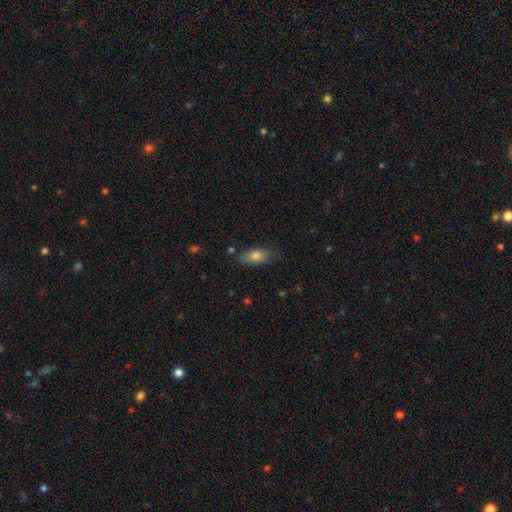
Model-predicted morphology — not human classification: smooth-or-featured: smooth: 79% | featured or disk: 14% | star or artifact: 8%
  how-rounded: in between: 85% | cigar-shaped: 11% | round: 3%
  merging: none: 73% | minor disturbance: 20% | major disturbance: 4% | merger: 3%